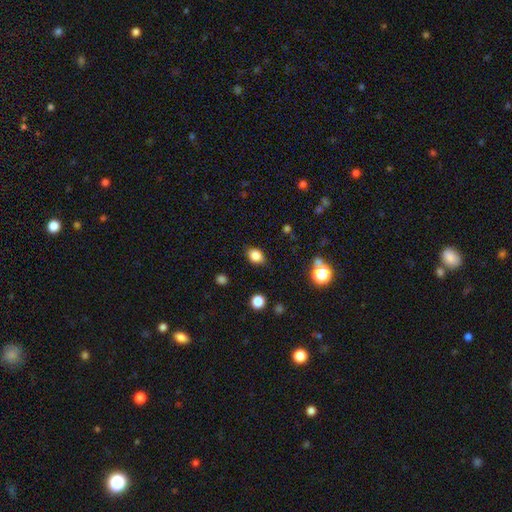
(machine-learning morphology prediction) smooth-or-featured: smooth: 84% | star or artifact: 11% | featured or disk: 5%
  how-rounded: in between: 64% | round: 35% | cigar-shaped: 1%
  merging: none: 82% | minor disturbance: 13% | major disturbance: 3% | merger: 2%